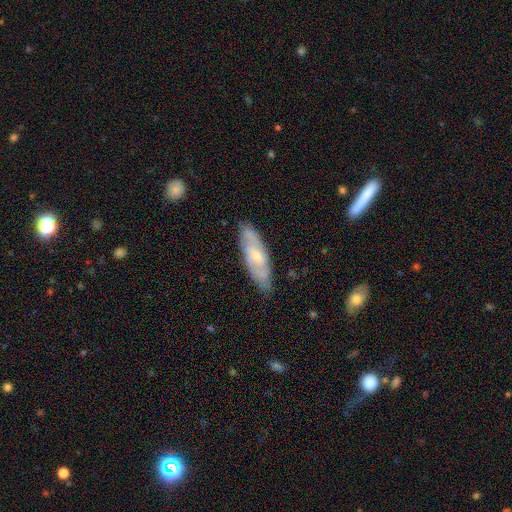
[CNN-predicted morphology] smooth-or-featured: featured or disk: 55% | smooth: 38% | star or artifact: 6%
  disk-edge-on: no: 72% | yes: 28%
  merging: none: 77% | minor disturbance: 18% | major disturbance: 3% | merger: 2%